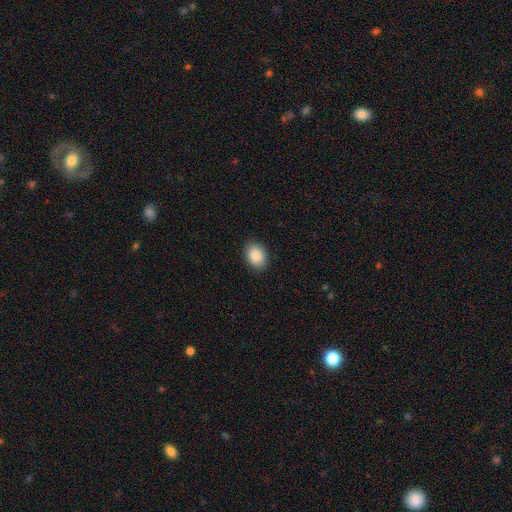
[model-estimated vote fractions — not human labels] smooth-or-featured: smooth: 88% | star or artifact: 7% | featured or disk: 5%
  how-rounded: in between: 73% | round: 26% | cigar-shaped: 1%
  merging: none: 89% | minor disturbance: 8% | major disturbance: 2% | merger: 1%